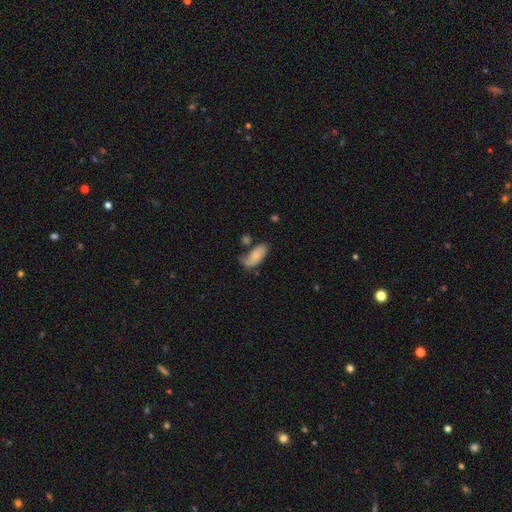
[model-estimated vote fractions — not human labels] Smooth or featured?
  - smooth: 74% *
  - featured or disk: 19%
  - star or artifact: 7%
How rounded?
  - in between: 88% *
  - cigar-shaped: 9%
  - round: 3%
Merging?
  - none: 48% *
  - minor disturbance: 29%
  - major disturbance: 11%
  - merger: 11%